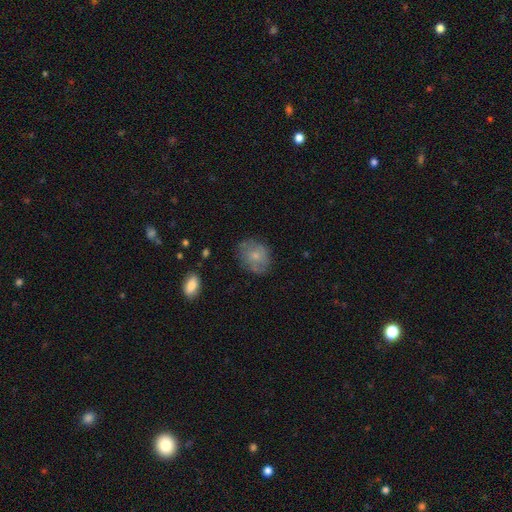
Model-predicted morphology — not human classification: This is likely a smooth galaxy (67%). How rounded: possibly round (58%). Merging: likely none (68%).